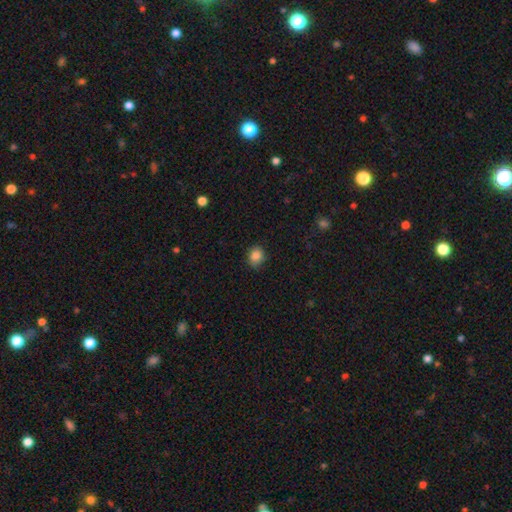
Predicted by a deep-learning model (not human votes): Q: Smooth or featured?
A: smooth (86%); runner-up: star or artifact (10%)
Q: How rounded?
A: round (68%); runner-up: in between (31%)
Q: Merging?
A: none (80%); runner-up: minor disturbance (16%)